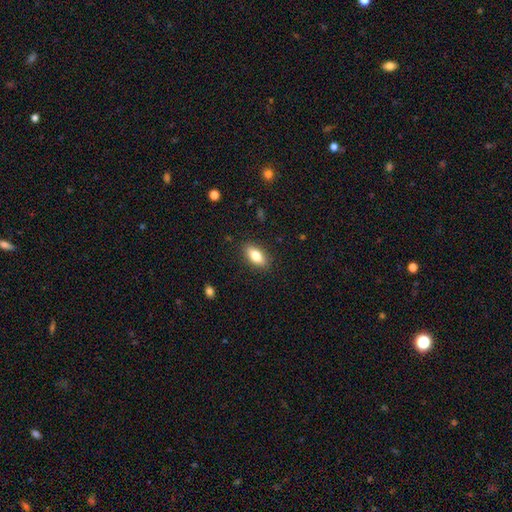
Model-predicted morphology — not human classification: Smooth or featured? smooth (78%)
How rounded? in between (85%)
Merging? none (88%)